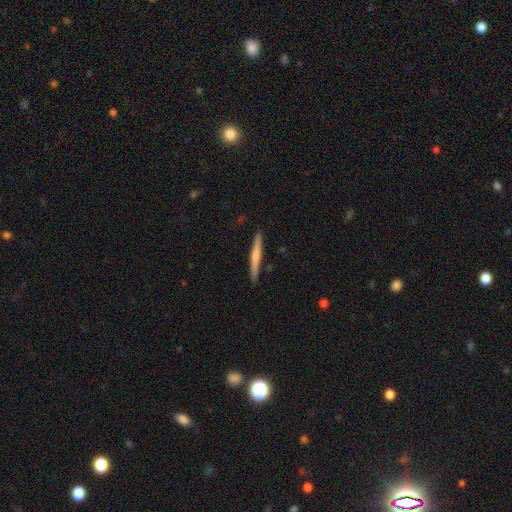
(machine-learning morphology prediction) Q: Smooth or featured?
A: smooth (52%); runner-up: featured or disk (43%)
Q: How rounded?
A: cigar-shaped (96%); runner-up: in between (3%)
Q: Merging?
A: none (90%); runner-up: minor disturbance (7%)